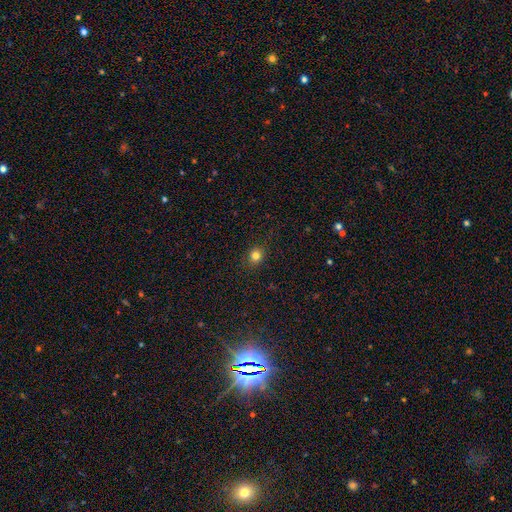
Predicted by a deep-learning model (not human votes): Smooth or featured?
  - smooth: 80% *
  - star or artifact: 14%
  - featured or disk: 6%
How rounded?
  - round: 78% *
  - in between: 21%
  - cigar-shaped: 1%
Merging?
  - none: 87% *
  - minor disturbance: 9%
  - major disturbance: 3%
  - merger: 1%